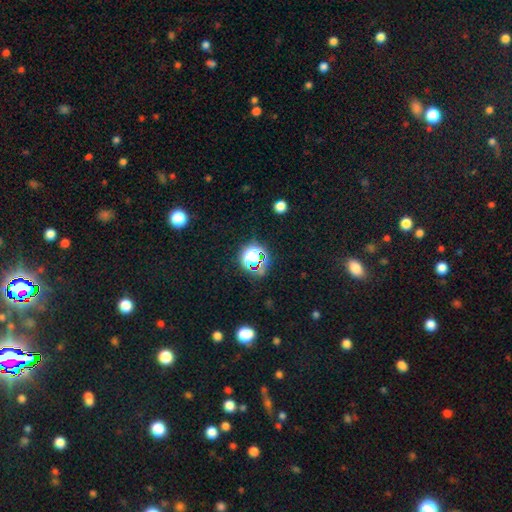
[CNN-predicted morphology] Overall: star or artifact (58%; smooth 31%).